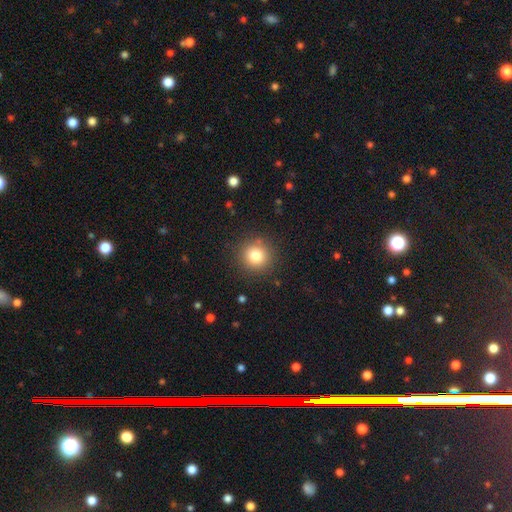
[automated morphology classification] The model was most divided on "smooth or featured": smooth: 80%, star or artifact: 12%, featured or disk: 8%. More confident: how rounded — round (94%); merging — none (89%).